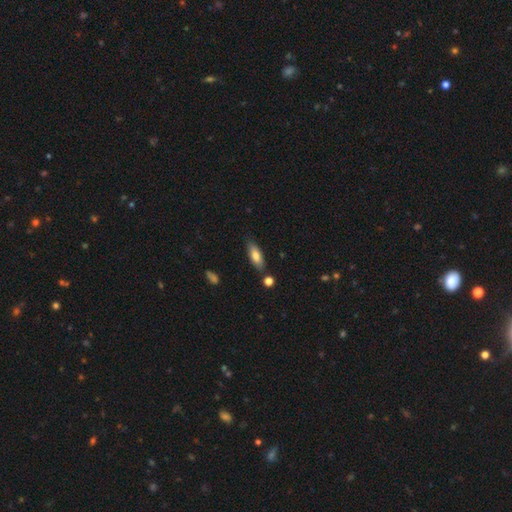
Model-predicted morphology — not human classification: smooth_or_featured: smooth (p=0.76) [alt: featured or disk p=0.17]
how_rounded: in between (p=0.67) [alt: cigar-shaped p=0.31]
merging: none (p=0.80) [alt: minor disturbance p=0.13]